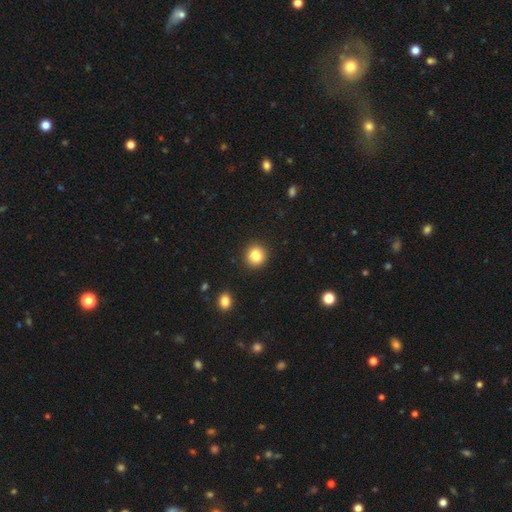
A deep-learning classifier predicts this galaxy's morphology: This is clearly a smooth galaxy (85%). How rounded: clearly round (86%). Merging: clearly none (89%).